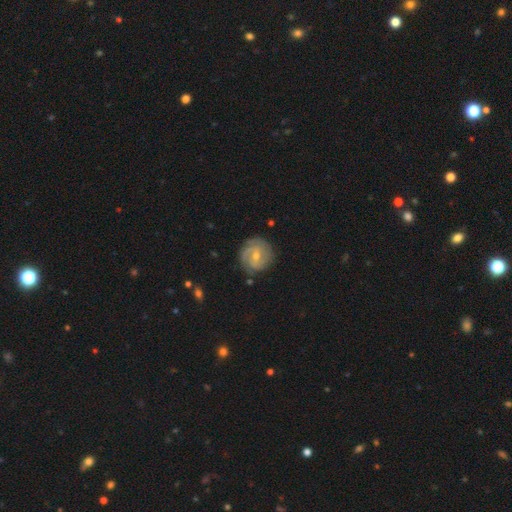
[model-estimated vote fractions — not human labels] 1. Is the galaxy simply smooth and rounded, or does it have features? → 79% featured or disk, 16% smooth, 5% star or artifact.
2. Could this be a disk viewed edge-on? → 98% no, 2% yes.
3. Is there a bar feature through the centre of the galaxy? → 47% no, 45% weak, 8% strong.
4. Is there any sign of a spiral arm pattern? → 94% yes, 6% no.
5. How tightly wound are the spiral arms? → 64% tight, 29% medium, 7% loose.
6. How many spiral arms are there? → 36% 2, 25% 3, 23% can't tell, 6% 4, 5% 1, 4% more than 4.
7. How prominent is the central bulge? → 49% moderate, 47% small, 1% large, 1% none, 1% dominant.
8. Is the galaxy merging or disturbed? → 79% none, 15% minor disturbance, 4% major disturbance, 2% merger.